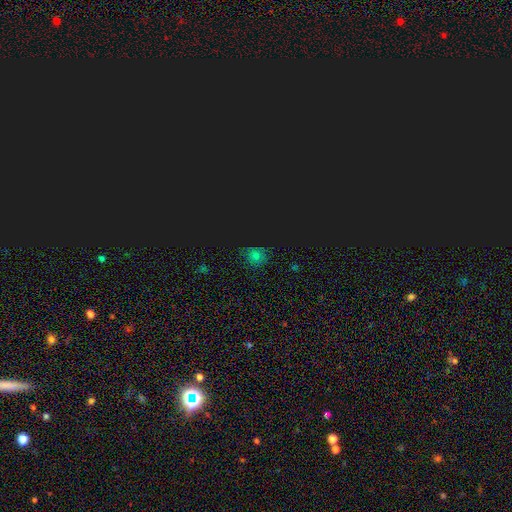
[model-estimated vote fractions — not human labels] smooth_or_featured: smooth (p=0.47) [alt: star or artifact p=0.45]
merging: none (p=0.80) [alt: minor disturbance p=0.14]